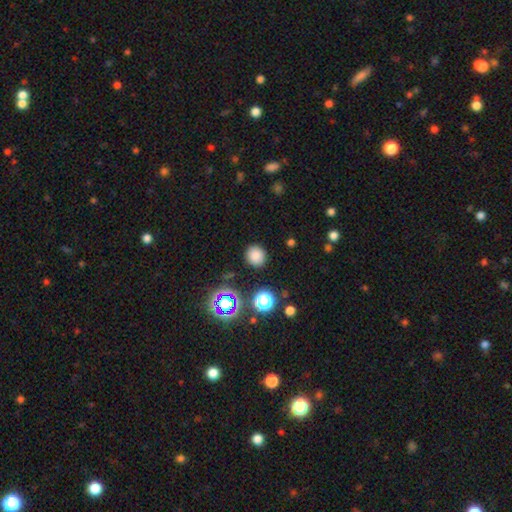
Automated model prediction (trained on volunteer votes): smooth_or_featured: smooth (p=0.79) [alt: star or artifact p=0.16]
how_rounded: round (p=0.86) [alt: in between p=0.13]
merging: none (p=0.88) [alt: minor disturbance p=0.08]